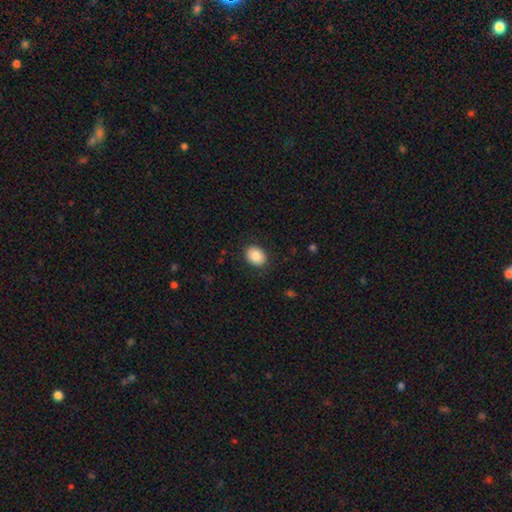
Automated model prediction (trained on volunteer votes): Smooth or featured?
  - smooth: 85% *
  - star or artifact: 8%
  - featured or disk: 7%
How rounded?
  - in between: 57% *
  - round: 43%
  - cigar-shaped: 1%
Merging?
  - none: 88% *
  - minor disturbance: 9%
  - major disturbance: 3%
  - merger: 1%